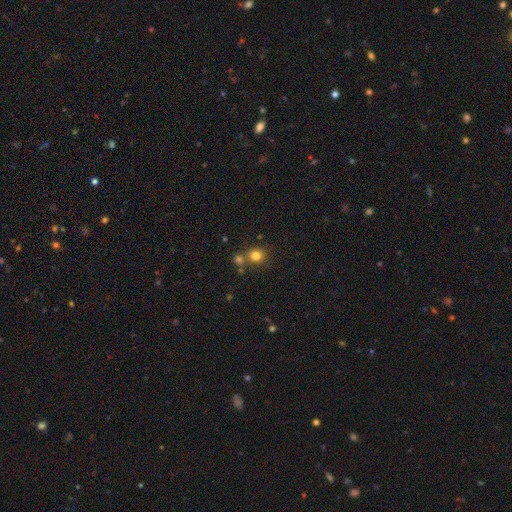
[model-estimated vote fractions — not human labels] smooth_or_featured: smooth (p=0.79) [alt: star or artifact p=0.15]
how_rounded: round (p=0.86) [alt: in between p=0.13]
merging: none (p=0.66) [alt: merger p=0.23]